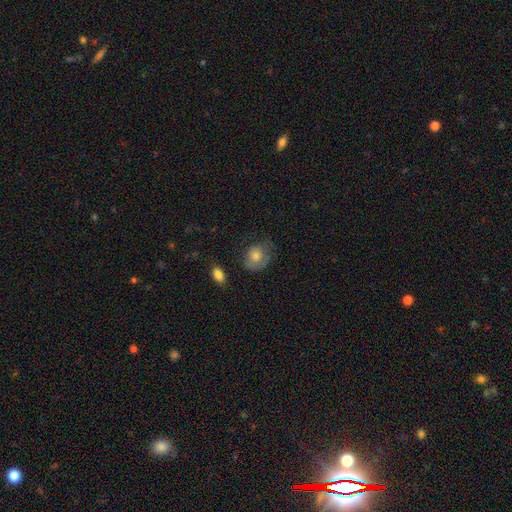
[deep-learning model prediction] Morphology: type=smooth (67%); roundness=round (61%); merging=none (50%).